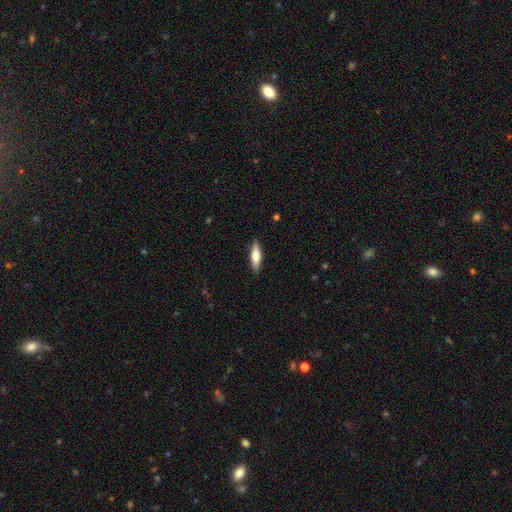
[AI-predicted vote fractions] Smooth or featured? smooth (60%)
How rounded? cigar-shaped (65%)
Merging? none (89%)